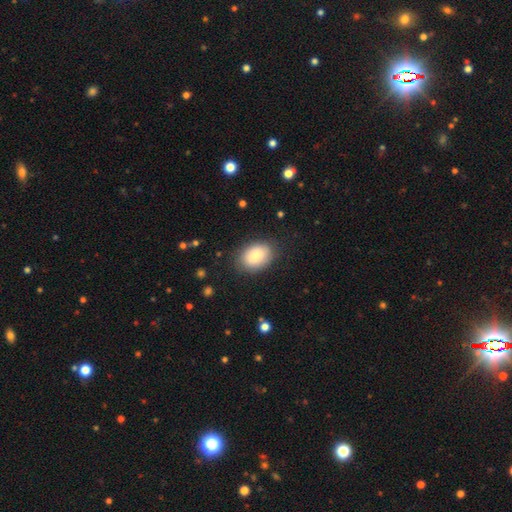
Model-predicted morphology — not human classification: A smooth galaxy with no disk features (83%) that is in between round and cigar-shaped (80%).

Vote fractions:
- Smooth or featured? smooth: 83% / featured or disk: 10% / star or artifact: 7%
- How rounded? in between: 80% / round: 19% / cigar-shaped: 1%
- Merging? none: 82% / minor disturbance: 13% / major disturbance: 4% / merger: 1%